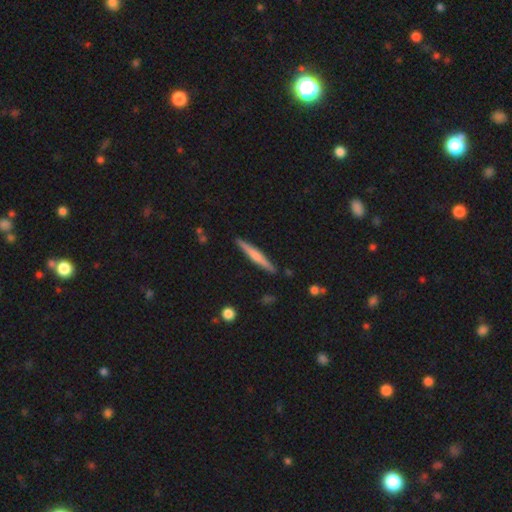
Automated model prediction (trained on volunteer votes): Morphology: type=featured or disk (53%); edge-on=yes (97%); edge-on bulge=rounded (61%); merging=none (90%).